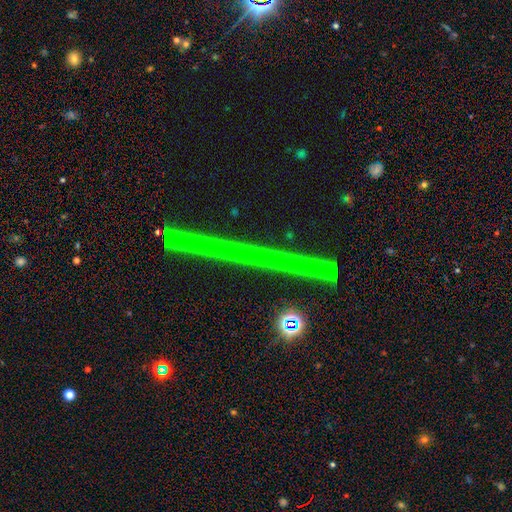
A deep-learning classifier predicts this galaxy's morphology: Overall: featured or disk (50%; star or artifact 32%). Merging: none (92%).